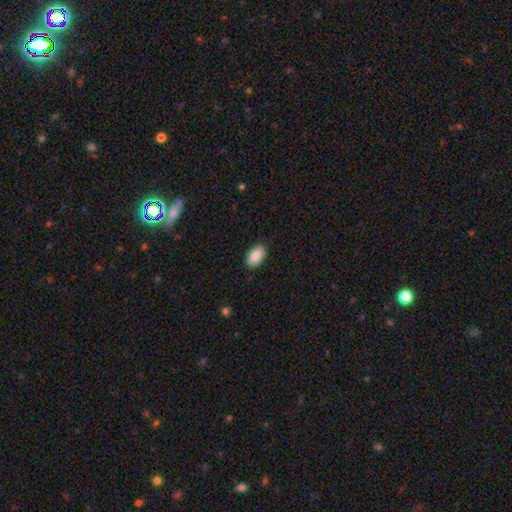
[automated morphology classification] Smooth or featured? Predicted: smooth (p=0.88). How rounded? Predicted: in between (p=0.94). Merging? Predicted: none (p=0.88).